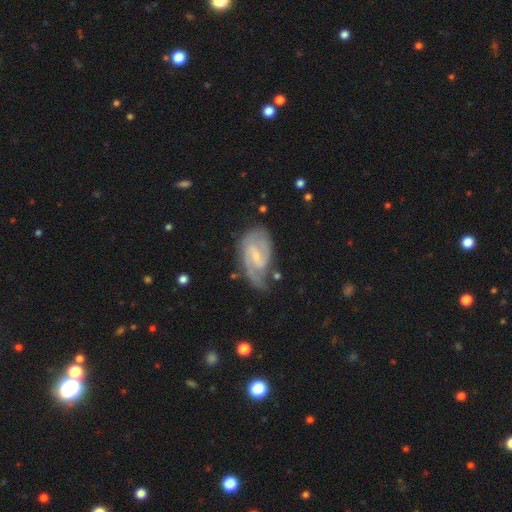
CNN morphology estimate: type=featured or disk (83%); edge-on=no (97%); bar=weak (59%); spiral arms=yes (94%); winding=medium (47%); arm count=2 (72%); bulge=small (63%); merging=none (57%).